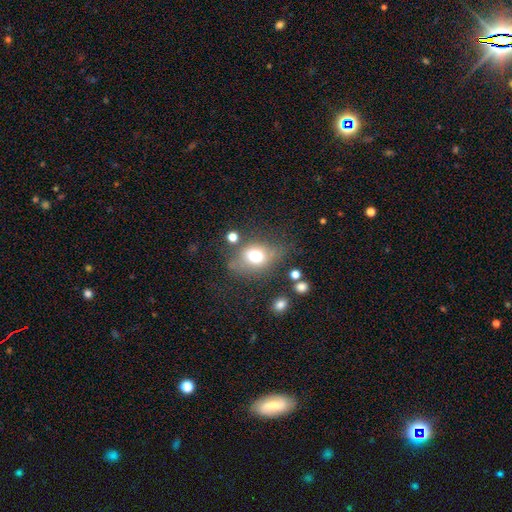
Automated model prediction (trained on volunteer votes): Smooth or featured: smooth — 68% (featured or disk — 20%)
How rounded: in between — 56% (round — 42%)
Merging: none — 52% (minor disturbance — 25%)